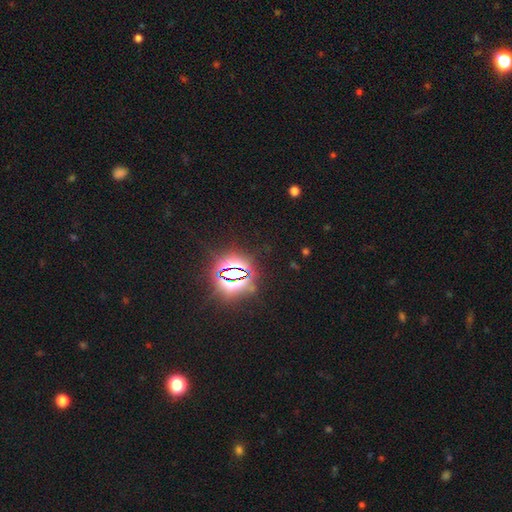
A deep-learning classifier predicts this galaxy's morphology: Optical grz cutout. It shows a star or artifact, not a galaxy (82%).